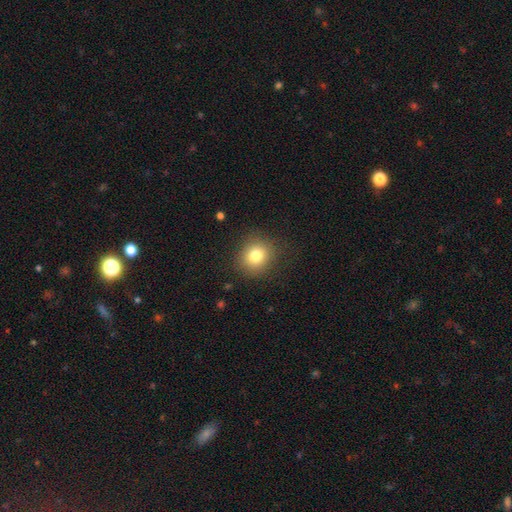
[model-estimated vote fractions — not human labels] Q: Smooth or featured?
A: smooth (79%); runner-up: star or artifact (12%)
Q: How rounded?
A: round (81%); runner-up: in between (18%)
Q: Merging?
A: none (85%); runner-up: minor disturbance (10%)